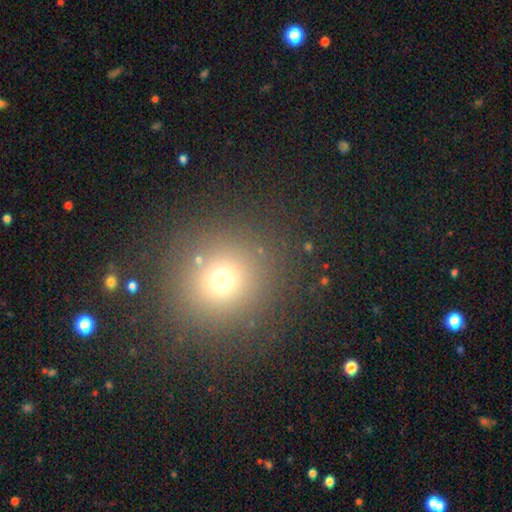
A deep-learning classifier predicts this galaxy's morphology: smooth_or_featured: smooth (p=0.62) [alt: star or artifact p=0.30]
how_rounded: round (p=0.92) [alt: in between p=0.07]
merging: none (p=0.89) [alt: minor disturbance p=0.06]